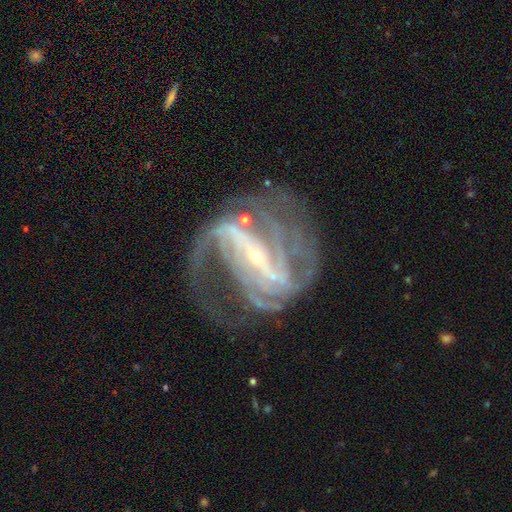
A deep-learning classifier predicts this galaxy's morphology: Smooth or featured: featured or disk — 90% (star or artifact — 7%)
Edge-on disk: no — 96% (yes — 4%)
Bar: strong — 73% (weak — 19%)
Spiral arms: yes — 97% (no — 3%)
Spiral winding: medium — 46% (tight — 32%)
Spiral arm count: 2 — 30% (3 — 21%)
Bulge size: small — 83% (moderate — 12%)
Merging: none — 54% (major disturbance — 25%)